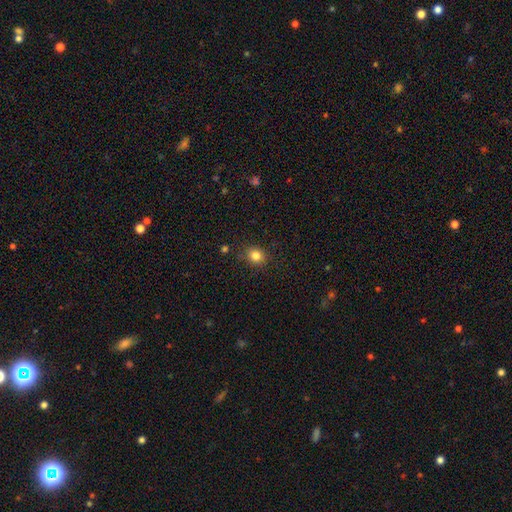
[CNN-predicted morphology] Smooth or featured?
  - smooth: 83% *
  - star or artifact: 12%
  - featured or disk: 5%
How rounded?
  - round: 71% *
  - in between: 29%
  - cigar-shaped: 1%
Merging?
  - none: 85% *
  - minor disturbance: 10%
  - major disturbance: 3%
  - merger: 2%